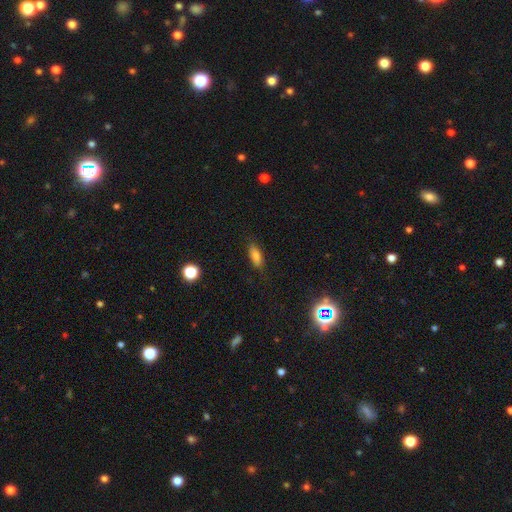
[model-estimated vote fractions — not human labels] Q: Smooth or featured?
A: smooth (75%); runner-up: featured or disk (13%)
Q: How rounded?
A: in between (69%); runner-up: cigar-shaped (28%)
Q: Merging?
A: none (78%); runner-up: minor disturbance (17%)